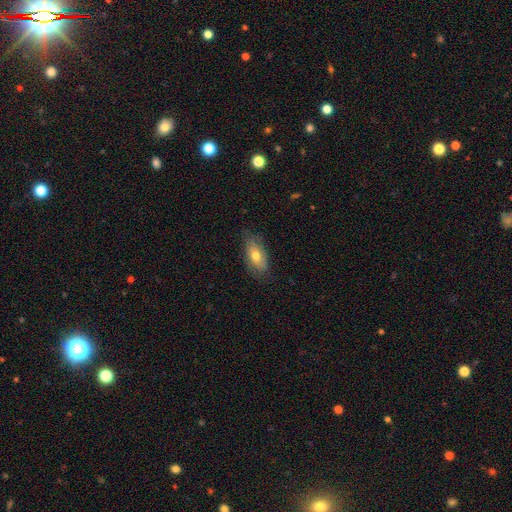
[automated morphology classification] Smooth or featured? smooth (65%)
How rounded? in between (88%)
Merging? none (74%)